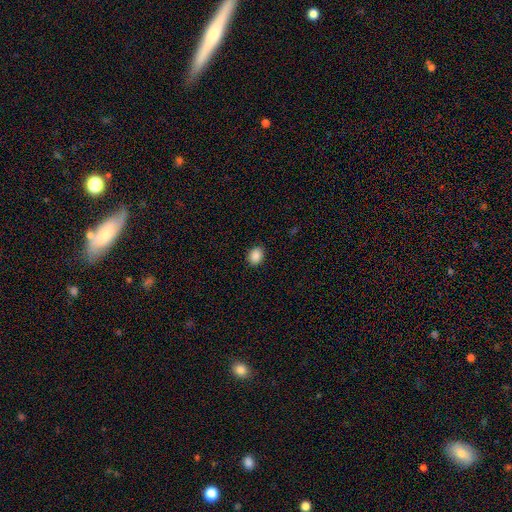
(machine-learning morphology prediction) smooth-or-featured: smooth: 89% | star or artifact: 8% | featured or disk: 3%
  how-rounded: in between: 59% | round: 40% | cigar-shaped: 1%
  merging: none: 89% | minor disturbance: 8% | major disturbance: 2% | merger: 1%